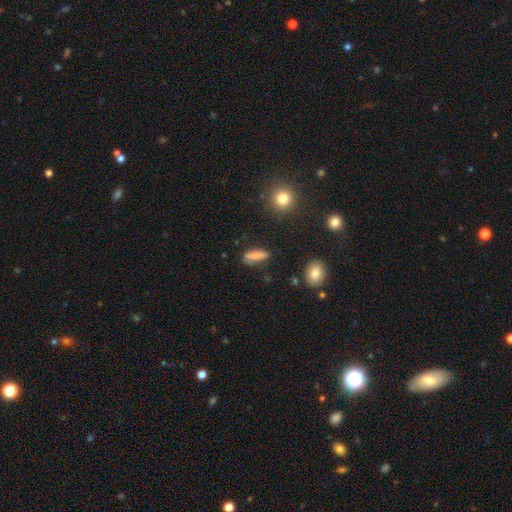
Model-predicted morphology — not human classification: Smooth or featured?
  - smooth: 76% *
  - featured or disk: 15%
  - star or artifact: 10%
How rounded?
  - cigar-shaped: 48% * (tied)
  - in between: 48% * (tied)
  - round: 4%
Merging?
  - none: 65% *
  - minor disturbance: 22%
  - major disturbance: 8%
  - merger: 5%